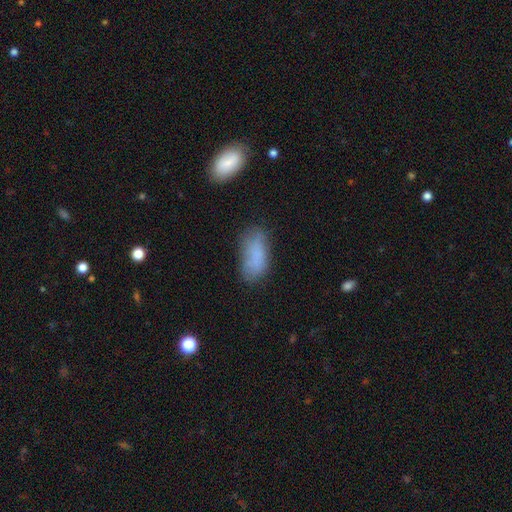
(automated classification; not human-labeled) Morphology: type=smooth (78%); roundness=in between (90%); merging=none (58%).